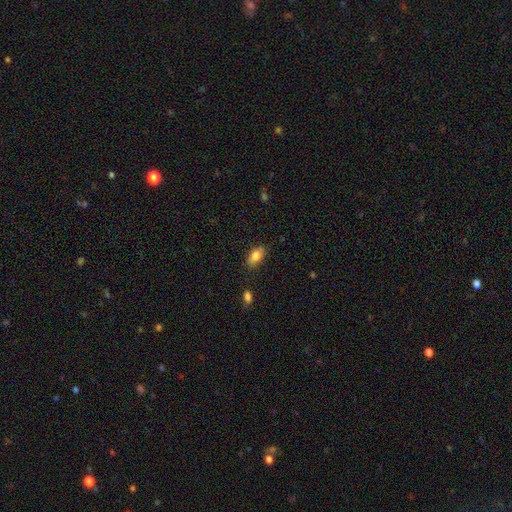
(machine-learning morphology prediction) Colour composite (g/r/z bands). It shows a smooth galaxy with no disk features (82%) that is in between round and cigar-shaped (90%). Merging: none (82%).